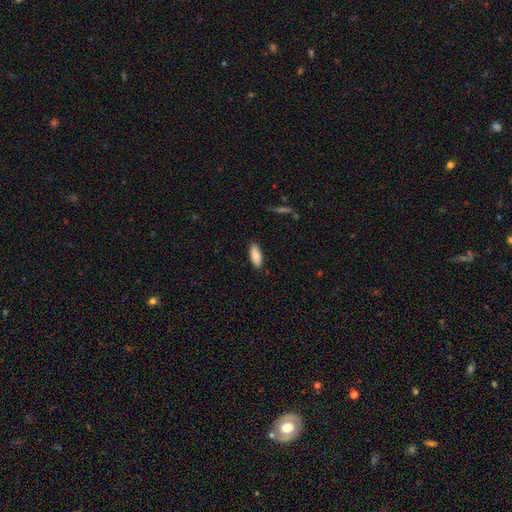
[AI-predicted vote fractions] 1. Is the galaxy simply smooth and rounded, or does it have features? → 83% smooth, 11% featured or disk, 6% star or artifact.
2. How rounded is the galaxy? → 78% in between, 20% cigar-shaped, 2% round.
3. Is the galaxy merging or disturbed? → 89% none, 9% minor disturbance, 2% major disturbance, 1% merger.